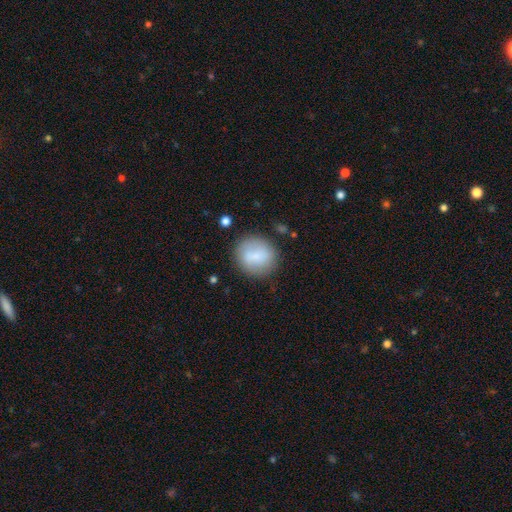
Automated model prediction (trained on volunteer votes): The model was most divided on "smooth or featured": smooth: 76%, featured or disk: 17%, star or artifact: 7%. More confident: how rounded — round (83%); merging — none (78%).